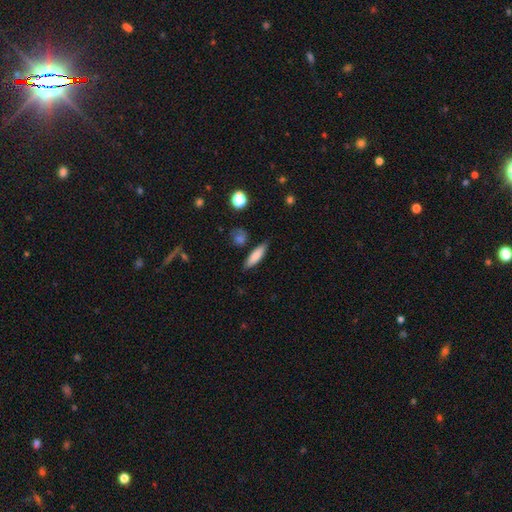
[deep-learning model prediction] smooth_or_featured: smooth (p=0.80) [alt: featured or disk p=0.13]
how_rounded: cigar-shaped (p=0.63) [alt: in between p=0.34]
merging: none (p=0.82) [alt: minor disturbance p=0.12]